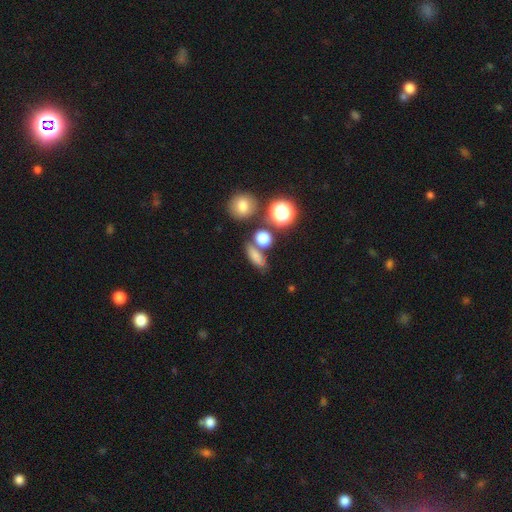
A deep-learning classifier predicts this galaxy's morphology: smooth 72%, star or artifact 16%, featured or disk 11%. Down the decision tree: how rounded — in between (52%); merging — none (67%).